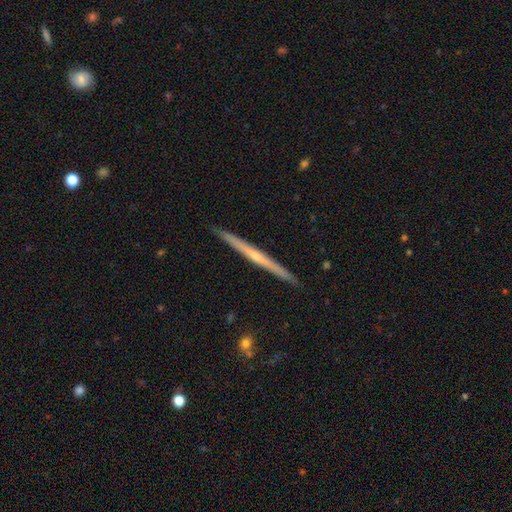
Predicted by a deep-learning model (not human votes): smooth_or_featured: featured or disk (p=0.74) [alt: smooth p=0.20]
disk_edge_on: yes (p=0.98) [alt: no p=0.02]
edge_on_bulge: rounded (p=0.55) [alt: none p=0.41]
merging: none (p=0.92) [alt: minor disturbance p=0.06]